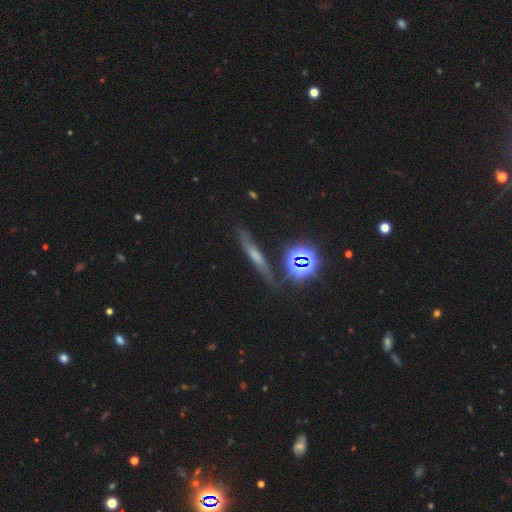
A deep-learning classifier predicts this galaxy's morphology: Overall: smooth (44%; featured or disk 34%). Merging: none (74%).